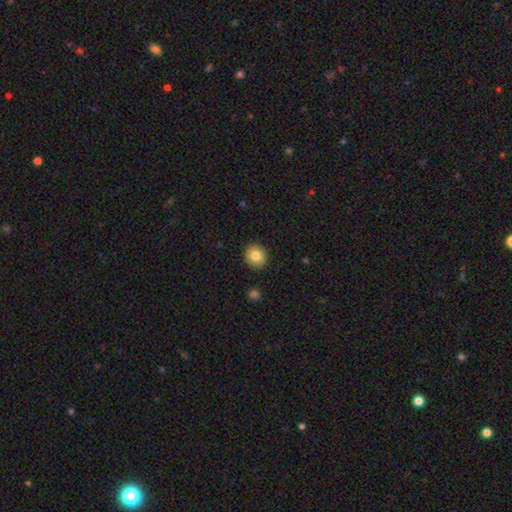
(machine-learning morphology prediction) Smooth or featured? smooth (82%)
How rounded? round (78%)
Merging? none (91%)